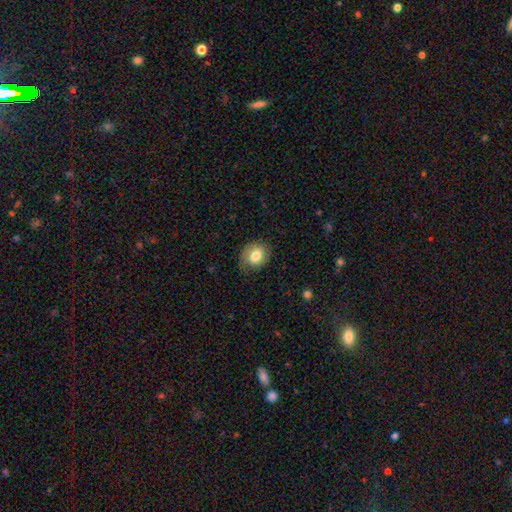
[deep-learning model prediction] Smooth or featured?
  - smooth: 75% *
  - featured or disk: 17%
  - star or artifact: 8%
How rounded?
  - round: 52% *
  - in between: 48%
  - cigar-shaped: 1%
Merging?
  - none: 68% *
  - minor disturbance: 23%
  - major disturbance: 8%
  - merger: 1%